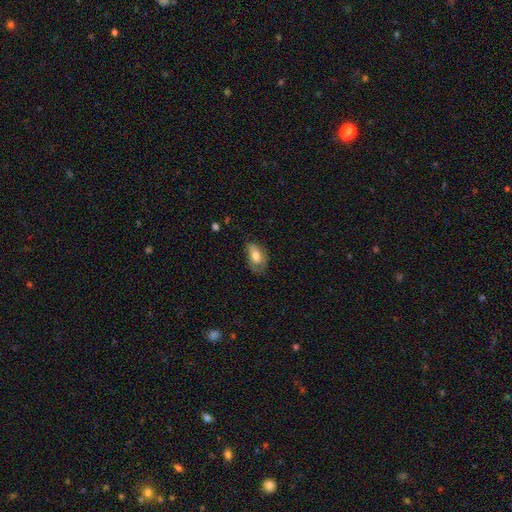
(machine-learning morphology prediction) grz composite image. It shows a smooth galaxy with no disk features (64%) that is in between round and cigar-shaped (90%). Merging: none (57%).